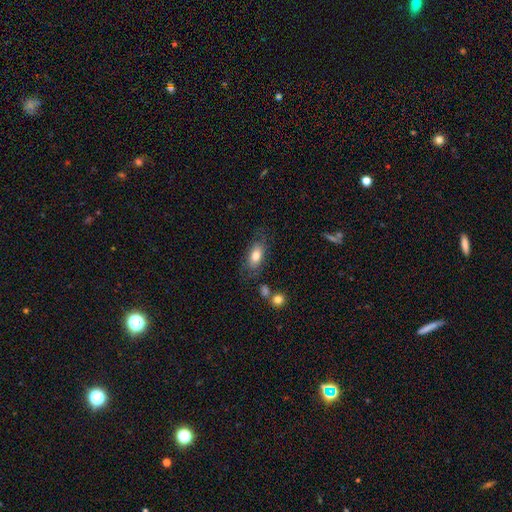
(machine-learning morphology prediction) Overall: smooth (71%). How rounded: in between (88%). Merging: none (68%).